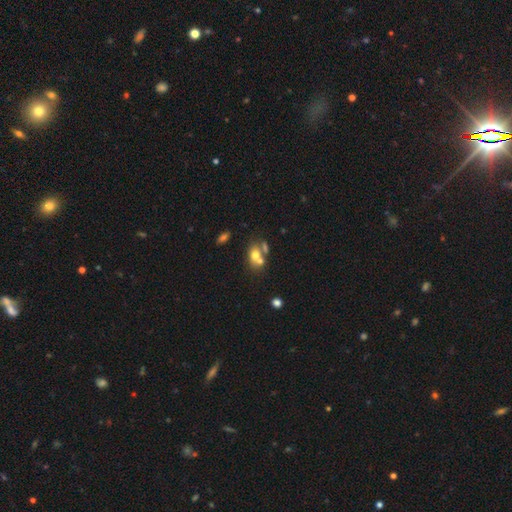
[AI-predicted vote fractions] A smooth galaxy with no disk features (65%) that is in between round and cigar-shaped (61%).

Vote fractions:
- Smooth or featured? smooth: 65% / featured or disk: 22% / star or artifact: 13%
- How rounded? in between: 61% / round: 37% / cigar-shaped: 2%
- Merging? merger: 48% / none: 36% / minor disturbance: 11% / major disturbance: 5%